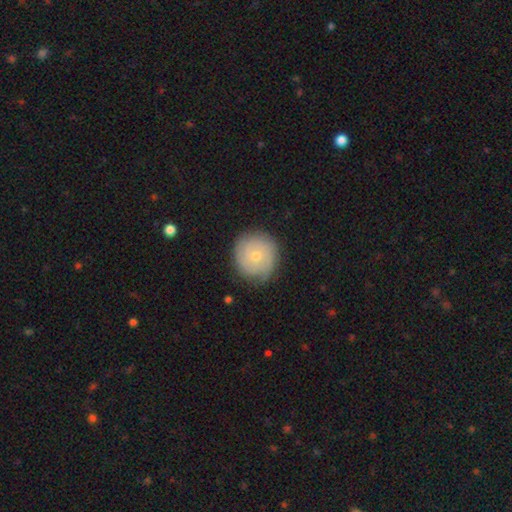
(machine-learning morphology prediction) This is possibly a smooth galaxy (49%). Merging: clearly none (81%).